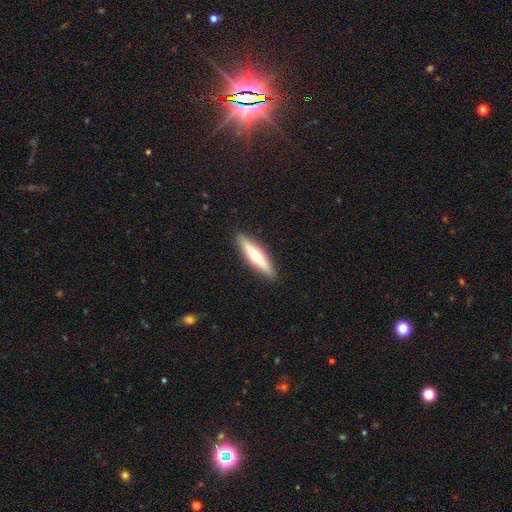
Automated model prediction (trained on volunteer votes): This appears to be a featured or disk galaxy (56%) viewed edge-on (94%) with a rounded central bulge (93%). Merging: none (91%).